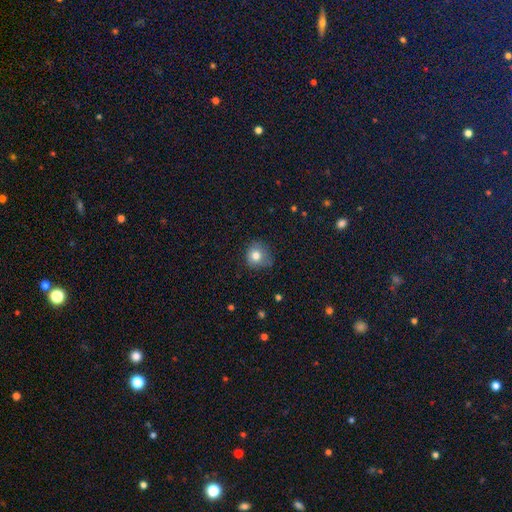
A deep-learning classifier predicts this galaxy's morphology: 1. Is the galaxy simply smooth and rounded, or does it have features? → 79% smooth, 11% star or artifact, 10% featured or disk.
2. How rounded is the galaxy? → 83% round, 17% in between, 1% cigar-shaped.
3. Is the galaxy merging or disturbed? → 67% none, 26% minor disturbance, 6% major disturbance, 2% merger.